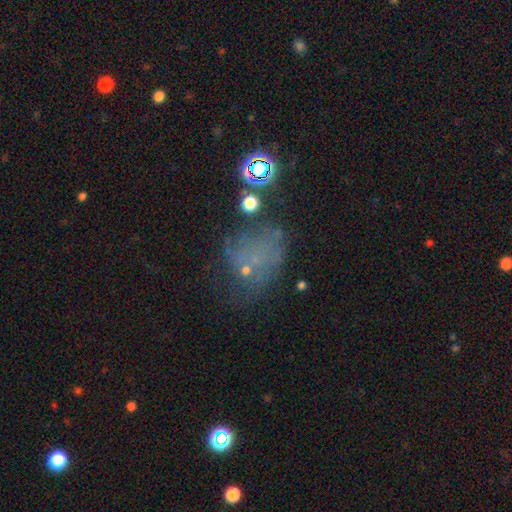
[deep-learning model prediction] A star or artifact, not a galaxy (38%).

Vote fractions:
- Smooth or featured? star or artifact: 38% / smooth: 34% / featured or disk: 28%